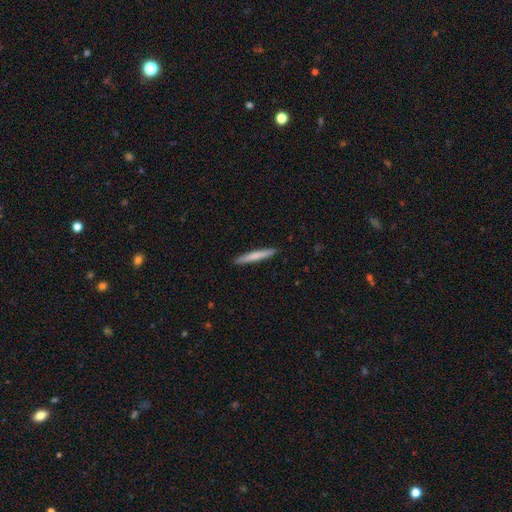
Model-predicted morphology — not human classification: smooth_or_featured: smooth (p=0.70) [alt: featured or disk p=0.25]
how_rounded: cigar-shaped (p=0.96) [alt: in between p=0.03]
merging: none (p=0.92) [alt: minor disturbance p=0.06]